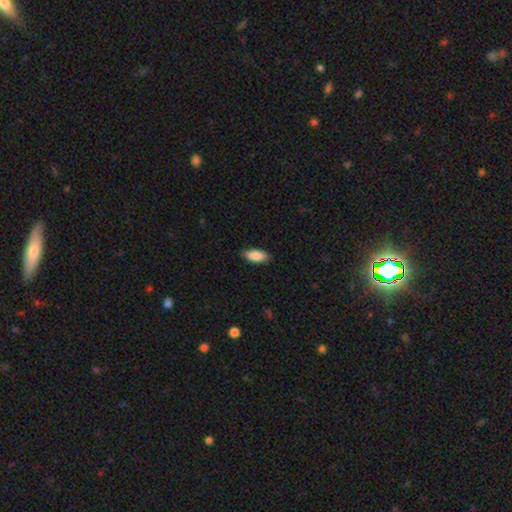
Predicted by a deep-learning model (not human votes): Morphology: type=smooth (88%); roundness=in between (85%); merging=none (86%).